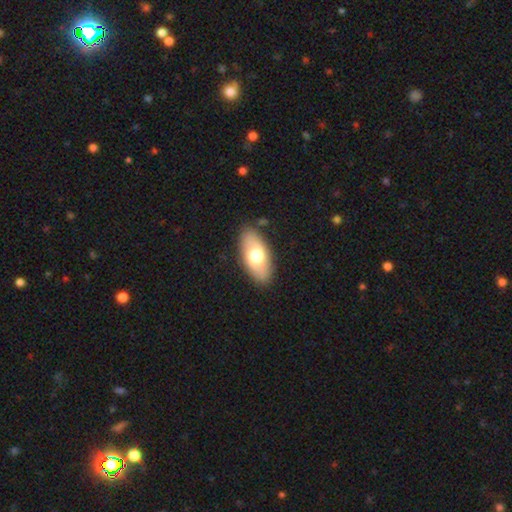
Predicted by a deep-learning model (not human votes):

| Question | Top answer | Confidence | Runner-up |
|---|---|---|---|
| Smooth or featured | smooth | 65% | featured or disk (29%) |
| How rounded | in between | 91% | cigar-shaped (6%) |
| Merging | none | 84% | minor disturbance (11%) |